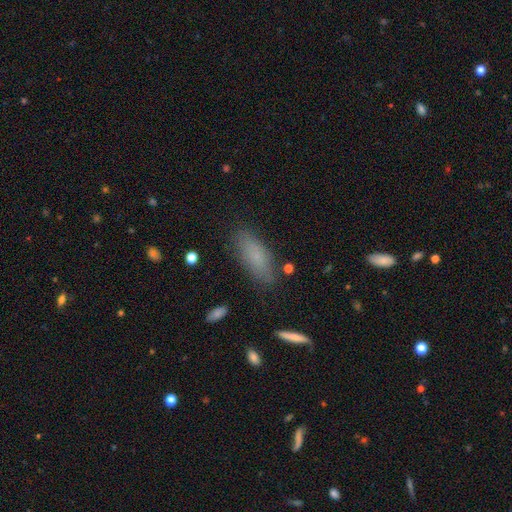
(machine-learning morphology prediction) Smooth or featured? Predicted: smooth (p=0.78). How rounded? Predicted: in between (p=0.76). Merging? Predicted: none (p=0.80).